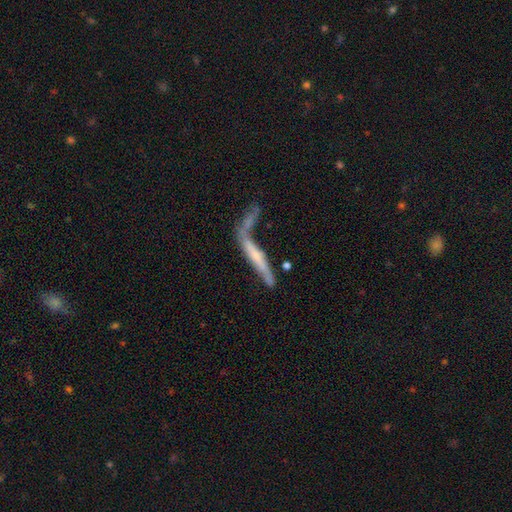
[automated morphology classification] This appears to be a featured or disk galaxy (57%) viewed edge-on (68%). Merging: merger (39%).